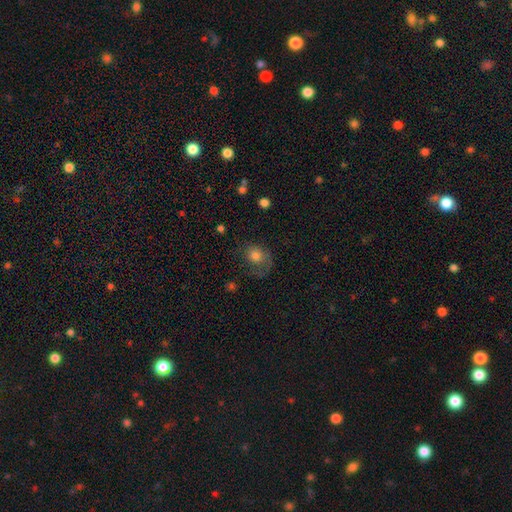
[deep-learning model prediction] Smooth or featured?
  - smooth: 68% *
  - featured or disk: 21%
  - star or artifact: 11%
How rounded?
  - round: 60% *
  - in between: 39%
  - cigar-shaped: 1%
Merging?
  - none: 43% *
  - major disturbance: 30%
  - minor disturbance: 24%
  - merger: 2%